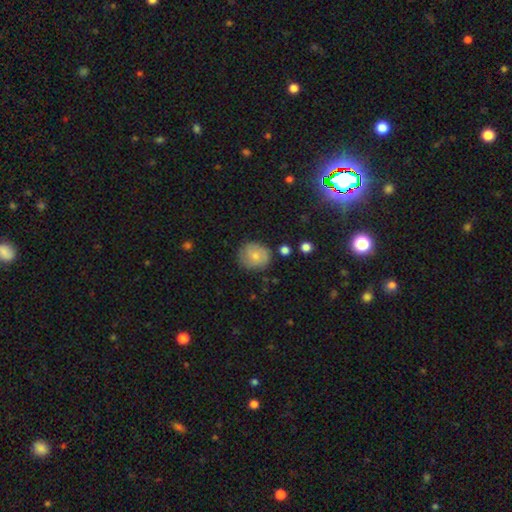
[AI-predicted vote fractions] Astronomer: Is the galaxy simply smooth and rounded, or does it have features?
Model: smooth — 69%.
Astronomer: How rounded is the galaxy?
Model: round — 79%.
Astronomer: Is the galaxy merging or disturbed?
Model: none — 71%.